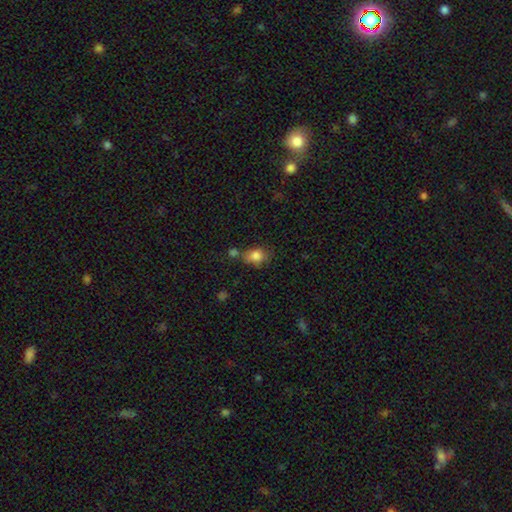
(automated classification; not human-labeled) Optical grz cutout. It shows a smooth galaxy with no disk features (83%) that is in between round and cigar-shaped (59%). Merging: none (56%).